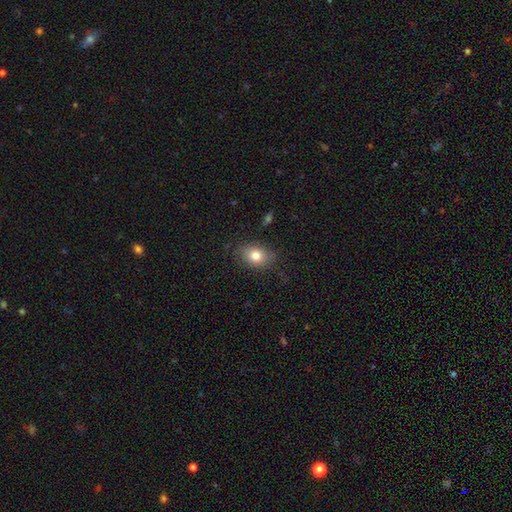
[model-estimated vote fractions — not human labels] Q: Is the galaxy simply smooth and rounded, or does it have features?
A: smooth — 80%.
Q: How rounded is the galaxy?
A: in between — 63%.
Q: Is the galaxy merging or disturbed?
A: none — 80%.